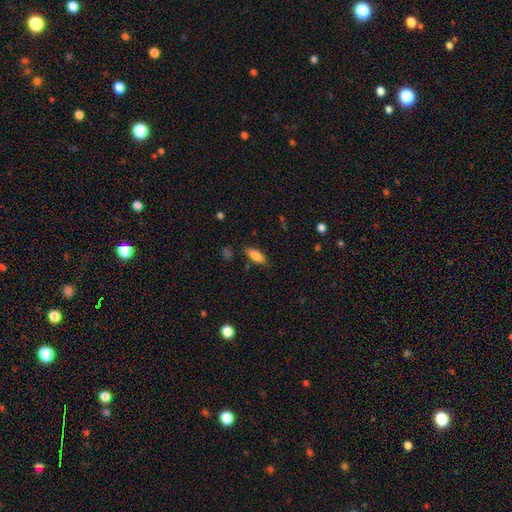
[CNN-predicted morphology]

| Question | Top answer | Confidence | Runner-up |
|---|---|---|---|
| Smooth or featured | smooth | 79% | featured or disk (14%) |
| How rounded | in between | 68% | cigar-shaped (30%) |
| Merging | none | 80% | minor disturbance (14%) |